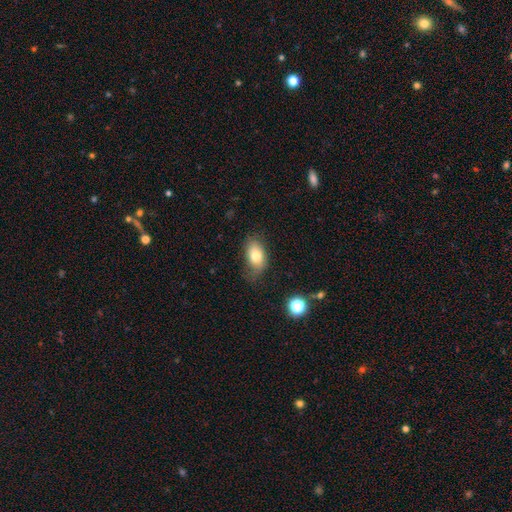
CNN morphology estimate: Q: Smooth or featured?
A: smooth (76%); runner-up: featured or disk (15%)
Q: How rounded?
A: in between (89%); runner-up: round (9%)
Q: Merging?
A: none (61%); runner-up: minor disturbance (28%)